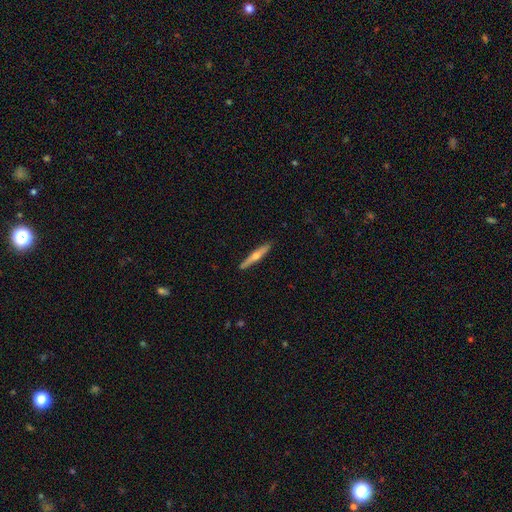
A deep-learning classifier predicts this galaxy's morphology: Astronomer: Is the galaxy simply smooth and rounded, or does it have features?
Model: featured or disk — 58% (runner-up: smooth, 37%).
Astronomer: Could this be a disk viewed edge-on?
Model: yes — 96%.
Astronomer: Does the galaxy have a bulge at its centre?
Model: rounded — 88%.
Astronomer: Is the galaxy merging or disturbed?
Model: none — 90%.